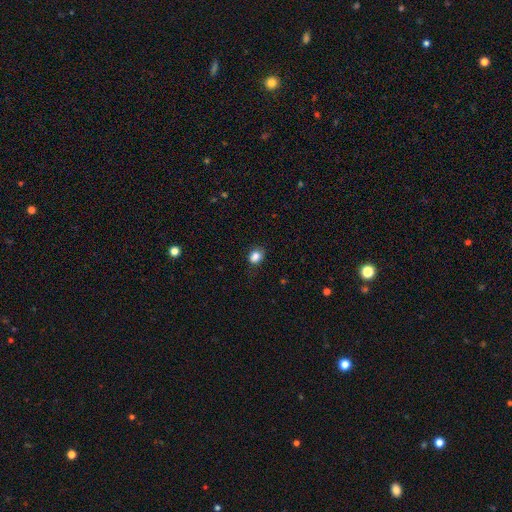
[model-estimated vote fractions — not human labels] This appears to be a smooth galaxy with no disk features (85%) that is in between round and cigar-shaped (55%). Merging: none (75%).